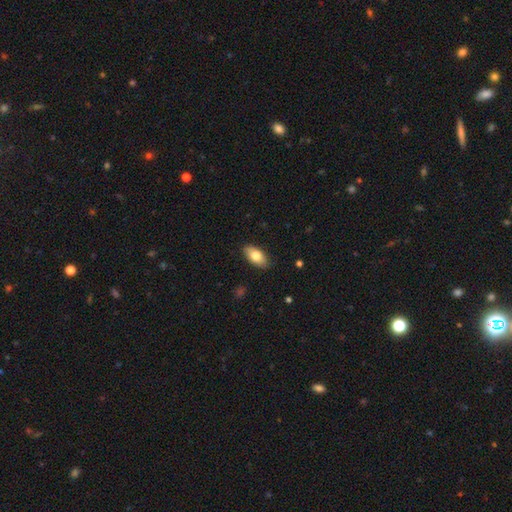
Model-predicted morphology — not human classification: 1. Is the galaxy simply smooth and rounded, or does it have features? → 78% smooth, 16% featured or disk, 6% star or artifact.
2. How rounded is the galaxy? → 91% in between, 5% cigar-shaped, 3% round.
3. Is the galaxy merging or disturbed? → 87% none, 10% minor disturbance, 2% major disturbance, 1% merger.